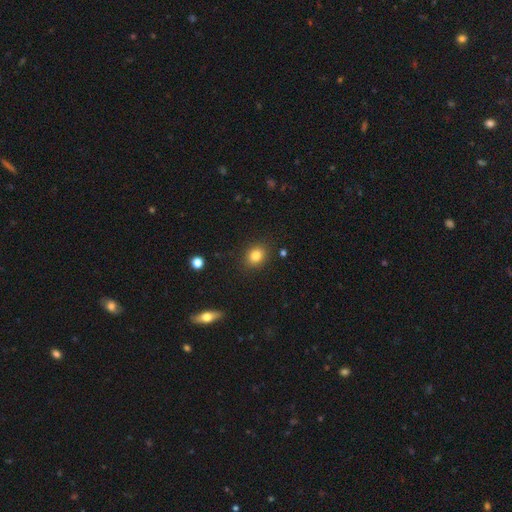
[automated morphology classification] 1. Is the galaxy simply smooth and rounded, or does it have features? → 82% smooth, 11% star or artifact, 7% featured or disk.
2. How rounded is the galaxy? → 57% round, 42% in between, 1% cigar-shaped.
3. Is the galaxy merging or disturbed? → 88% none, 8% minor disturbance, 2% major disturbance, 2% merger.